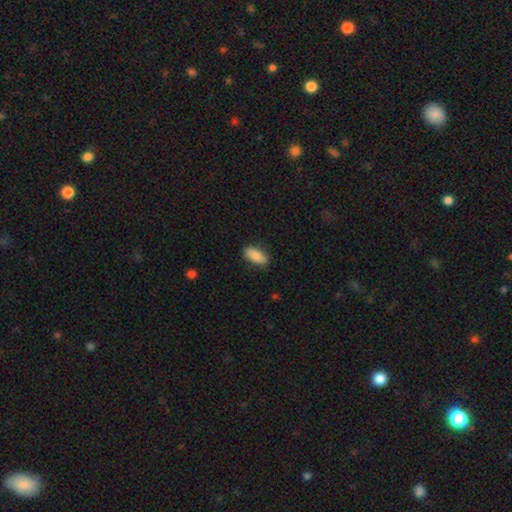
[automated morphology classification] Smooth or featured: smooth — 86% (featured or disk — 8%)
How rounded: in between — 86% (cigar-shaped — 12%)
Merging: none — 84% (minor disturbance — 12%)